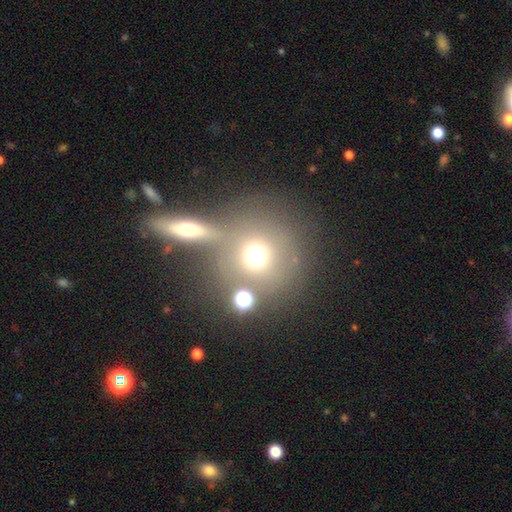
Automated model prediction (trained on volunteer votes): This is likely a smooth galaxy (67%). How rounded: clearly round (87%). Merging: possibly none (50%).